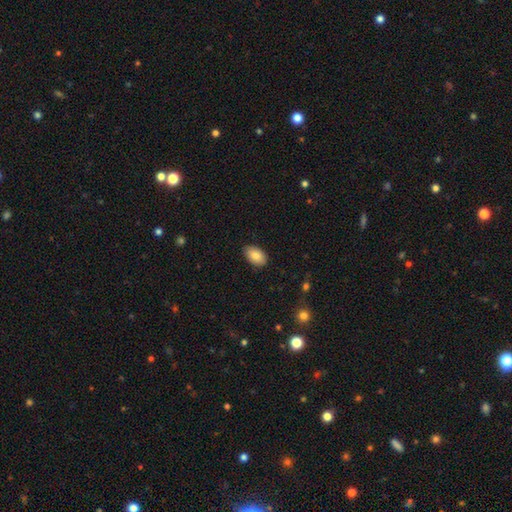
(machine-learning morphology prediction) Smooth or featured: smooth — 85% (featured or disk — 8%)
How rounded: in between — 92% (round — 6%)
Merging: none — 85% (minor disturbance — 12%)